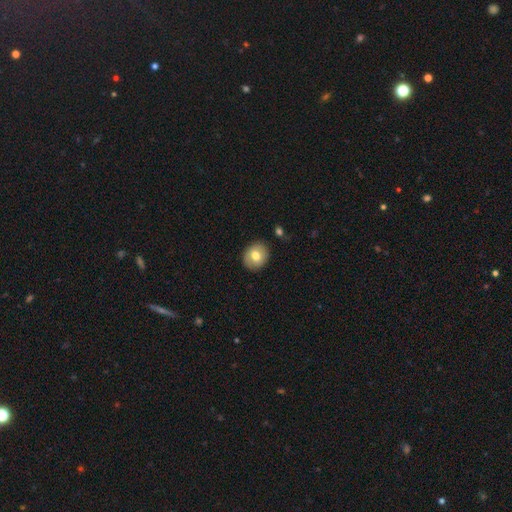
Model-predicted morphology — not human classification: smooth-or-featured: smooth: 73% | featured or disk: 19% | star or artifact: 8%
  how-rounded: round: 70% | in between: 29% | cigar-shaped: 1%
  merging: none: 88% | minor disturbance: 8% | major disturbance: 2% | merger: 2%